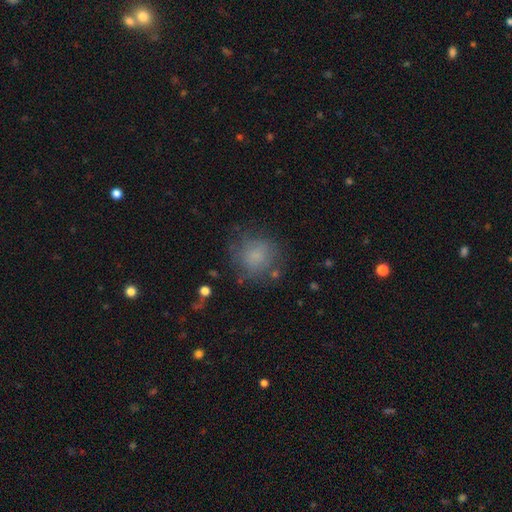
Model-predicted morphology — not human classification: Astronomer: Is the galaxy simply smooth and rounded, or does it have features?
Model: smooth — 75%.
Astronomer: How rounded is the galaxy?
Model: round — 87%.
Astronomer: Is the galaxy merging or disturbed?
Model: none — 70%.